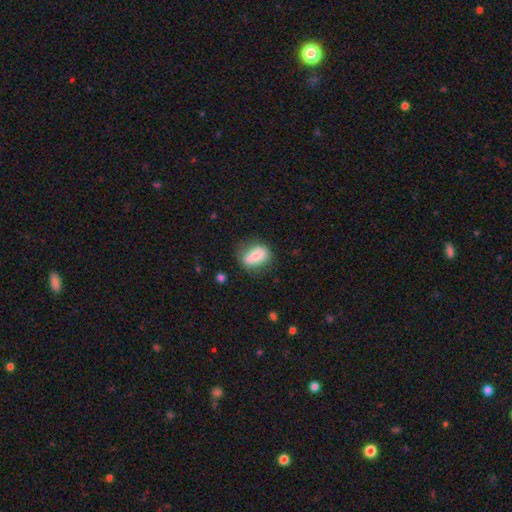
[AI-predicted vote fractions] This is likely a smooth galaxy (70%). How rounded: likely in between (76%). Merging: likely none (64%).